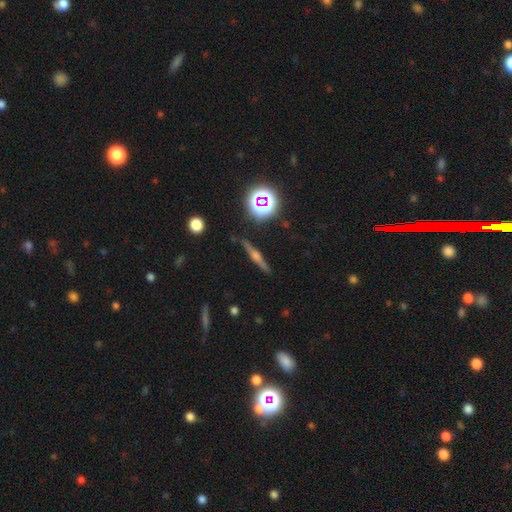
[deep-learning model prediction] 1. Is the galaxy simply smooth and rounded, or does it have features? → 65% featured or disk, 22% smooth, 14% star or artifact.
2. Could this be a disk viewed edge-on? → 96% yes, 4% no.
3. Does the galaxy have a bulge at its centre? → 85% rounded, 8% boxy, 7% none.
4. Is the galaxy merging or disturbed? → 88% none, 8% minor disturbance, 2% major disturbance, 2% merger.